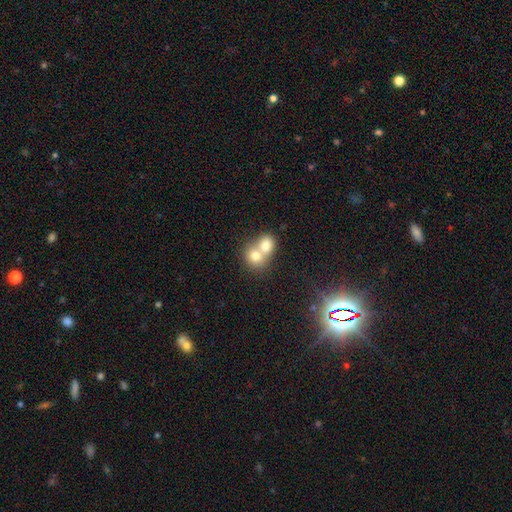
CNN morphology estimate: Smooth or featured?
  - smooth: 75% *
  - featured or disk: 16%
  - star or artifact: 9%
How rounded?
  - round: 70% *
  - in between: 29%
  - cigar-shaped: 1%
Merging?
  - merger: 74% *
  - none: 20%
  - minor disturbance: 4%
  - major disturbance: 2%